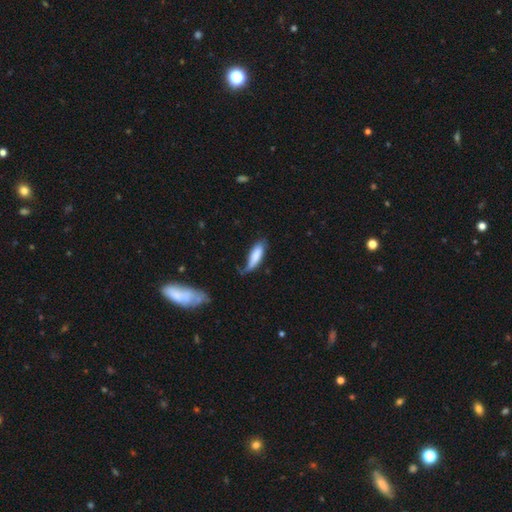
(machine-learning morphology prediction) Overall: smooth (79%). How rounded: in between (55%; cigar-shaped 43%). Merging: none (40%; minor disturbance 36%).